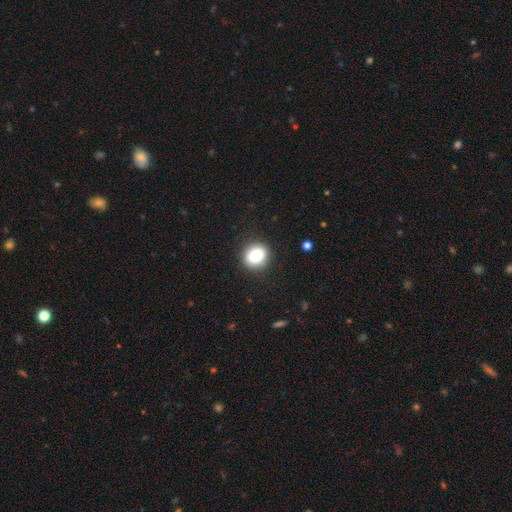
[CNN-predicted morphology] Smooth or featured?
  - smooth: 82% *
  - star or artifact: 10%
  - featured or disk: 8%
How rounded?
  - round: 79% *
  - in between: 20%
  - cigar-shaped: 1%
Merging?
  - none: 90% *
  - minor disturbance: 7%
  - major disturbance: 2%
  - merger: 1%